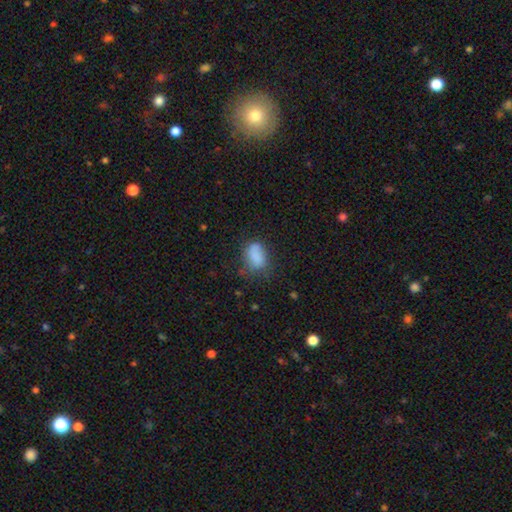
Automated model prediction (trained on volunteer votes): Smooth or featured: smooth — 77% (featured or disk — 12%)
How rounded: in between — 83% (round — 15%)
Merging: none — 49% (minor disturbance — 30%)